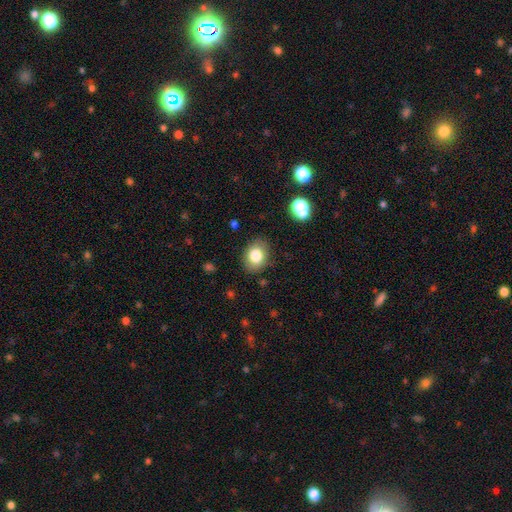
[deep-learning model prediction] Smooth or featured: smooth — 81% (featured or disk — 10%)
How rounded: in between — 64% (round — 35%)
Merging: none — 85% (minor disturbance — 11%)